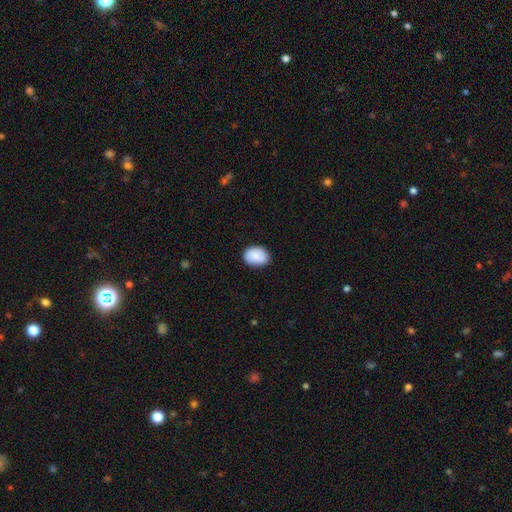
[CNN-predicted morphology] This is clearly a smooth galaxy (90%). How rounded: likely in between (72%). Merging: clearly none (84%).